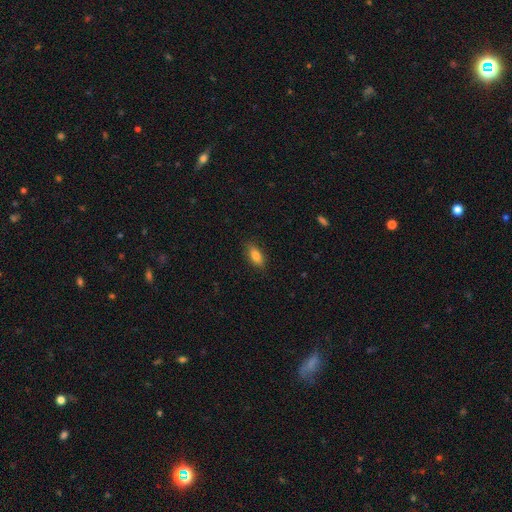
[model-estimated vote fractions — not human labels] Q: Smooth or featured?
A: smooth (85%); runner-up: featured or disk (8%)
Q: How rounded?
A: in between (84%); runner-up: cigar-shaped (13%)
Q: Merging?
A: none (87%); runner-up: minor disturbance (10%)